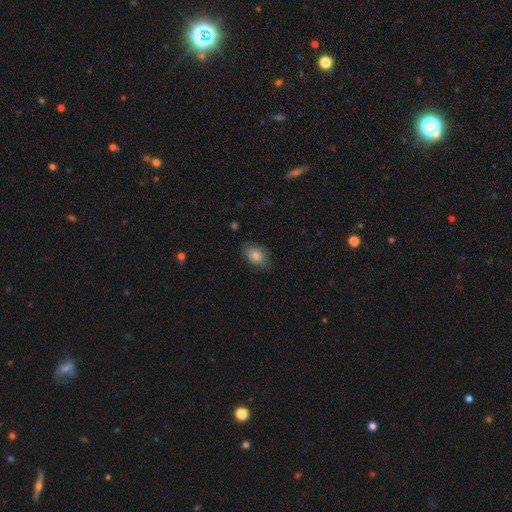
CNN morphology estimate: Smooth or featured: smooth — 82% (featured or disk — 10%)
How rounded: in between — 85% (round — 13%)
Merging: none — 78% (minor disturbance — 17%)